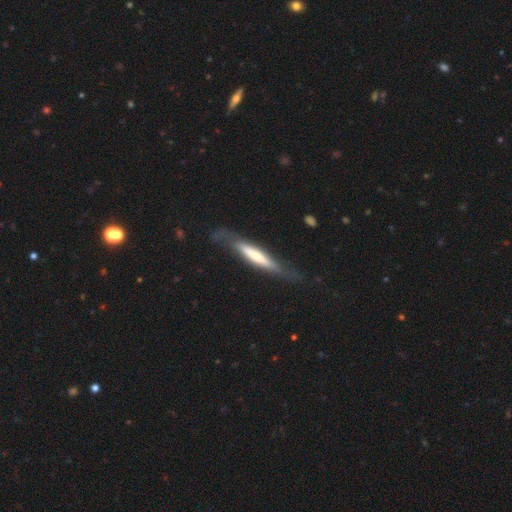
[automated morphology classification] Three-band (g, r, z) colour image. It shows a featured or disk galaxy (48%). Merging: none (66%).